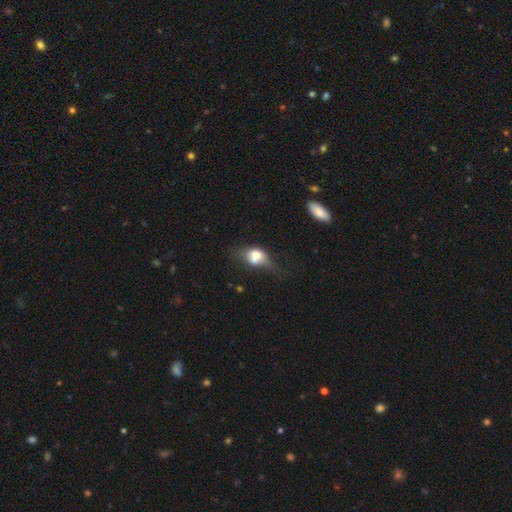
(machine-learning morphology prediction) smooth_or_featured: smooth (p=0.64) [alt: featured or disk p=0.26]
how_rounded: in between (p=0.65) [alt: round p=0.31]
merging: none (p=0.28) [alt: merger p=0.26]